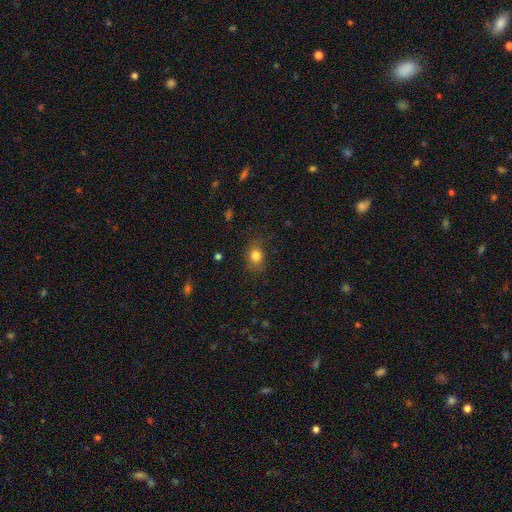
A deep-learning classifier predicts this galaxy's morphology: Q: Smooth or featured?
A: smooth (81%); runner-up: star or artifact (12%)
Q: How rounded?
A: round (57%); runner-up: in between (41%)
Q: Merging?
A: none (76%); runner-up: minor disturbance (17%)